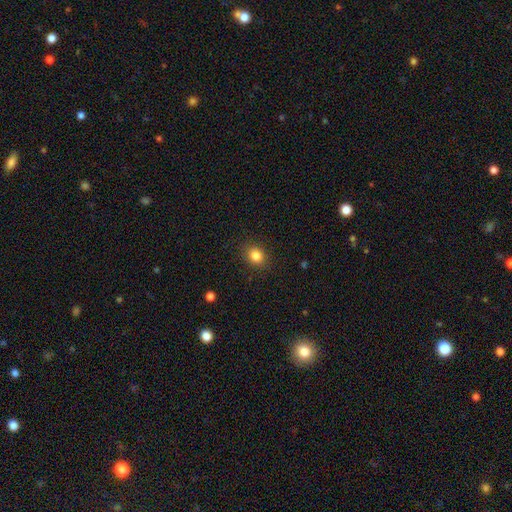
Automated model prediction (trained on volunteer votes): Smooth or featured? Predicted: smooth (p=0.84). How rounded? Predicted: round (p=0.61). Merging? Predicted: none (p=0.89).